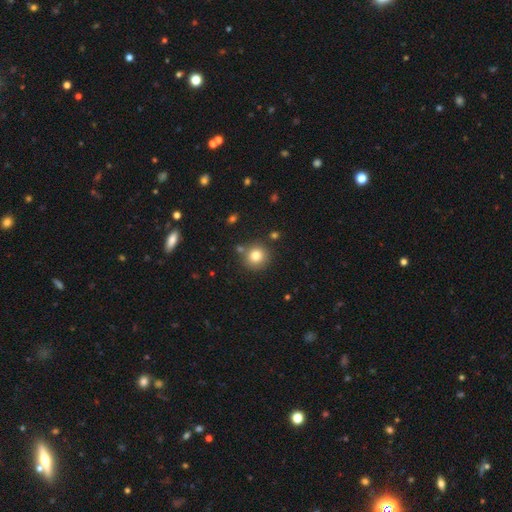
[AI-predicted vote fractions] This is clearly a smooth galaxy (81%). How rounded: clearly round (92%). Merging: clearly none (82%).